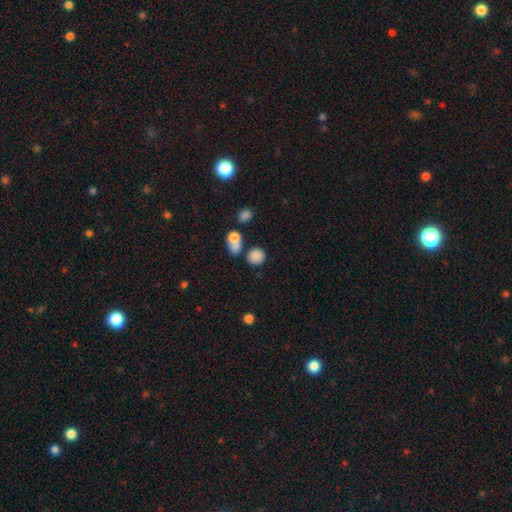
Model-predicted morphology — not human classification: Smooth or featured? Predicted: smooth (p=0.83). How rounded? Predicted: round (p=0.79). Merging? Predicted: none (p=0.60).